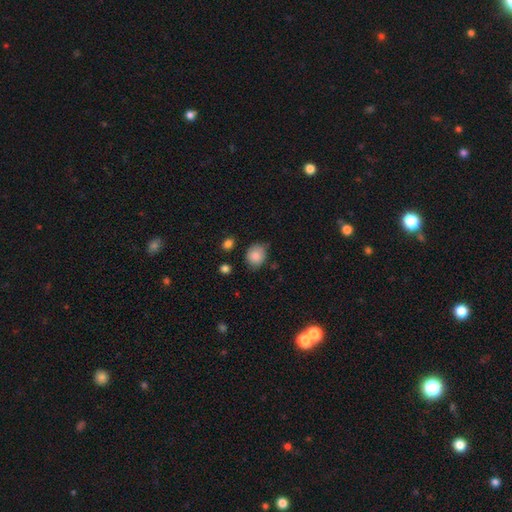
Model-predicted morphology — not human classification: Smooth or featured? Predicted: smooth (p=0.84). How rounded? Predicted: round (p=0.60). Merging? Predicted: none (p=0.69).